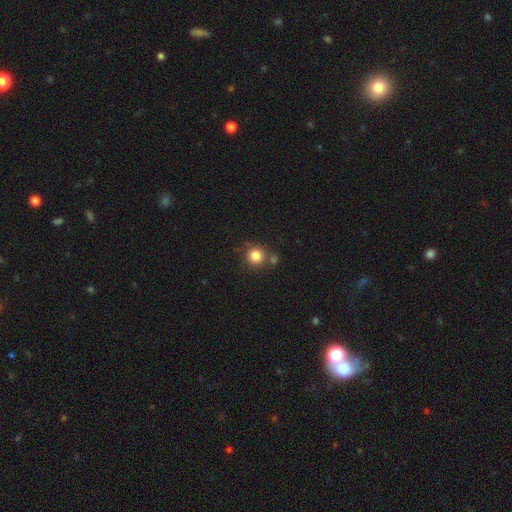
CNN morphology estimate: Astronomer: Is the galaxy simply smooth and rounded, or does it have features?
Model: smooth — 83%.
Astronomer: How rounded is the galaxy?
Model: round — 93%.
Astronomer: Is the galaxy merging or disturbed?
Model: none — 72%.